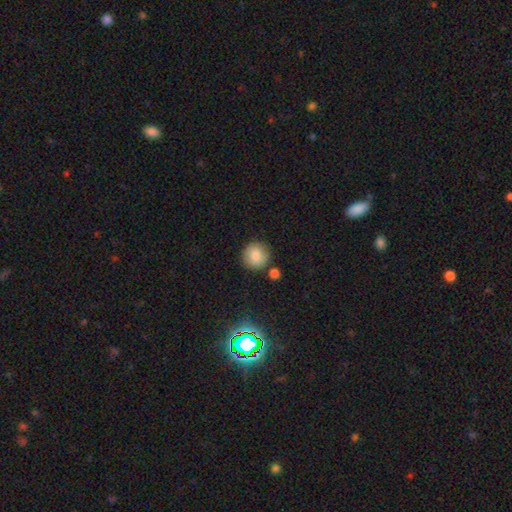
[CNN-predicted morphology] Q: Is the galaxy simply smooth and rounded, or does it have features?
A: smooth — 84%.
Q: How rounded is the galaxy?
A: round — 92%.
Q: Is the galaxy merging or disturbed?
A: none — 82%.